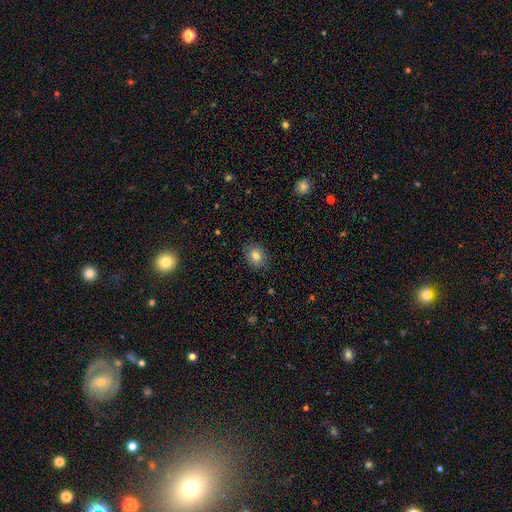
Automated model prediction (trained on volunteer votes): Overall: smooth (82%). How rounded: in between (50%; round 49%). Merging: none (87%).